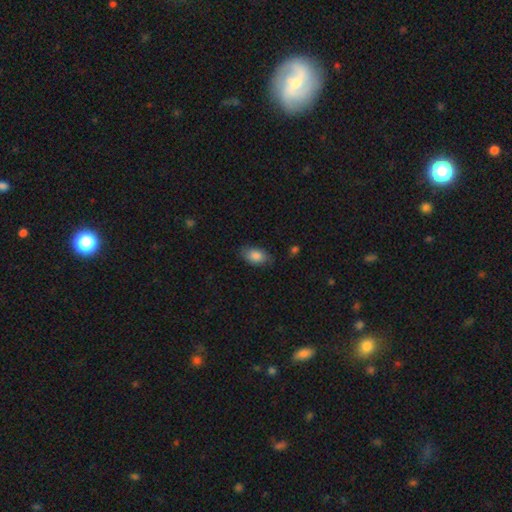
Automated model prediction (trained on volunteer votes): Morphology: type=smooth (84%); roundness=in between (91%); merging=none (74%).